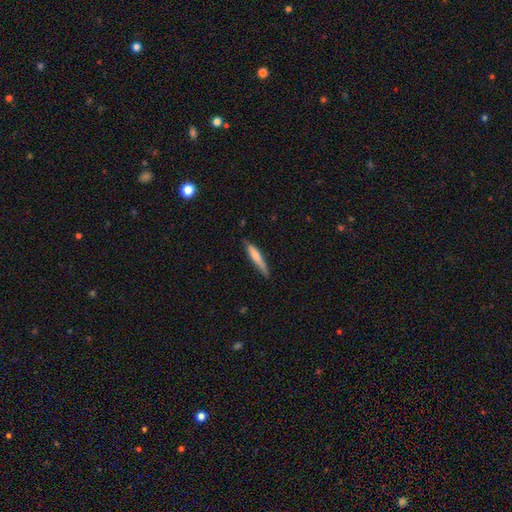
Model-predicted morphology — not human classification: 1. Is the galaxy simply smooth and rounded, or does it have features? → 69% smooth, 26% featured or disk, 5% star or artifact.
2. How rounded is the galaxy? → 89% cigar-shaped, 10% in between, 1% round.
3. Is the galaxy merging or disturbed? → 70% none, 24% minor disturbance, 4% major disturbance, 2% merger.